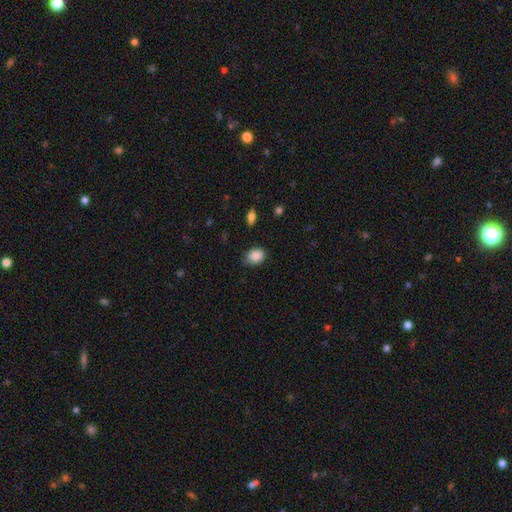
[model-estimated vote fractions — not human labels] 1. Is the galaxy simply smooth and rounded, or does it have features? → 87% smooth, 8% star or artifact, 5% featured or disk.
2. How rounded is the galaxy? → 59% in between, 40% round, 1% cigar-shaped.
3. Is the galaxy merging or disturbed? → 70% none, 25% minor disturbance, 4% major disturbance, 1% merger.